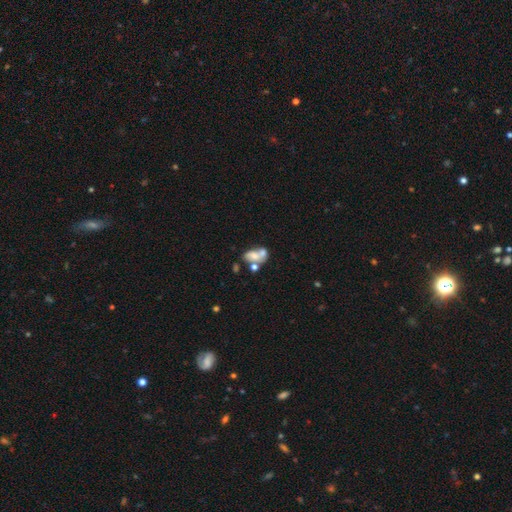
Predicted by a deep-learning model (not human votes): Q: Smooth or featured?
A: smooth (49%); runner-up: featured or disk (40%)
Q: Merging?
A: merger (53%); runner-up: none (21%)